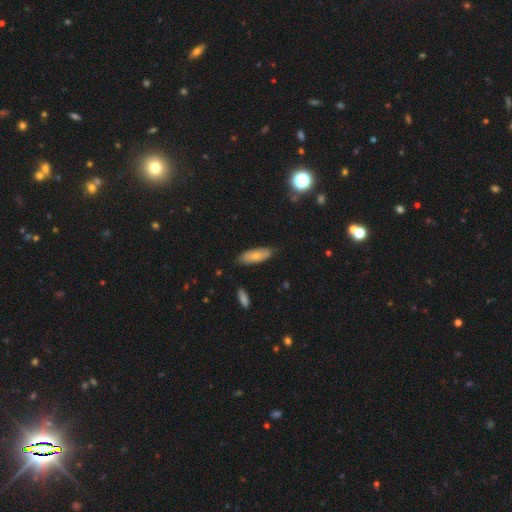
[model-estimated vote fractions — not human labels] Overall: smooth (68%). How rounded: in between (73%). Merging: none (79%).